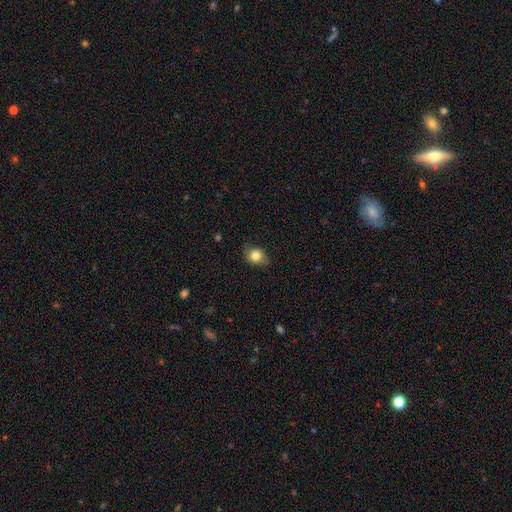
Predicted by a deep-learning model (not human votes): The model was most divided on "how rounded": in between: 51%, round: 48%, cigar-shaped: 1%. More confident: smooth or featured — smooth (78%); merging — none (72%).